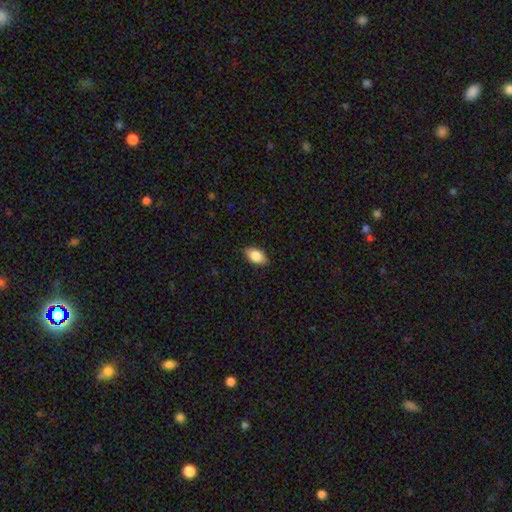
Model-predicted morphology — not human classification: Smooth or featured?
  - smooth: 86% *
  - star or artifact: 7%
  - featured or disk: 7%
How rounded?
  - in between: 92% *
  - round: 6%
  - cigar-shaped: 2%
Merging?
  - none: 87% *
  - minor disturbance: 10%
  - major disturbance: 2%
  - merger: 1%